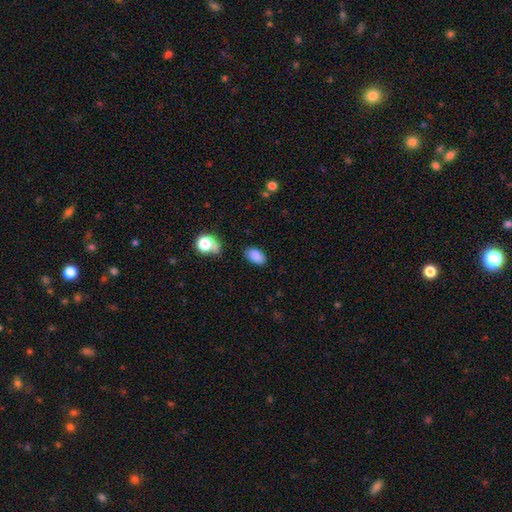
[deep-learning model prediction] Overall: smooth (85%). How rounded: in between (90%). Merging: none (78%).